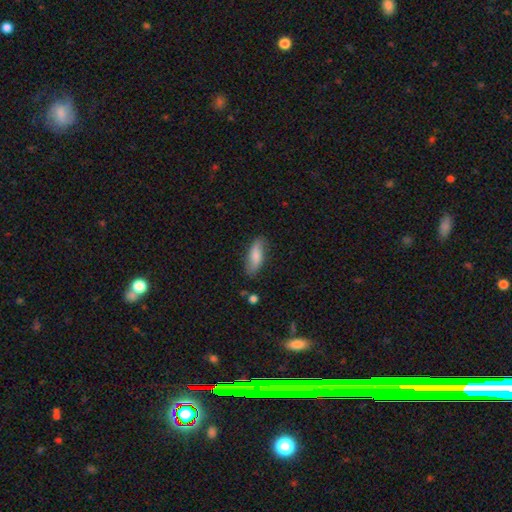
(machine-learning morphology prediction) Smooth or featured?
  - smooth: 72% *
  - featured or disk: 21%
  - star or artifact: 7%
How rounded?
  - in between: 65% *
  - cigar-shaped: 32%
  - round: 3%
Merging?
  - none: 76% *
  - minor disturbance: 18%
  - major disturbance: 4%
  - merger: 2%